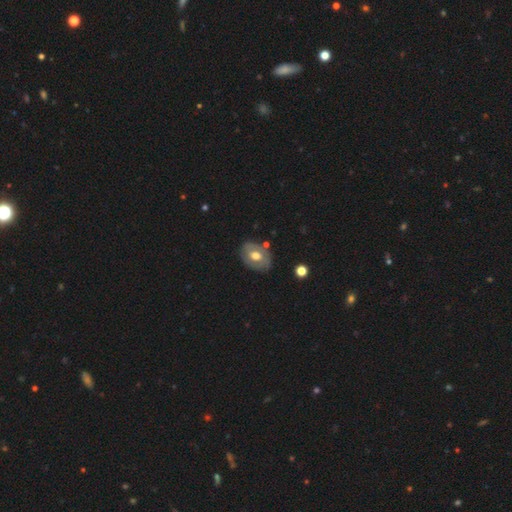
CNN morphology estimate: Smooth or featured? Predicted: featured or disk (p=0.48). Merging? Predicted: none (p=0.74).